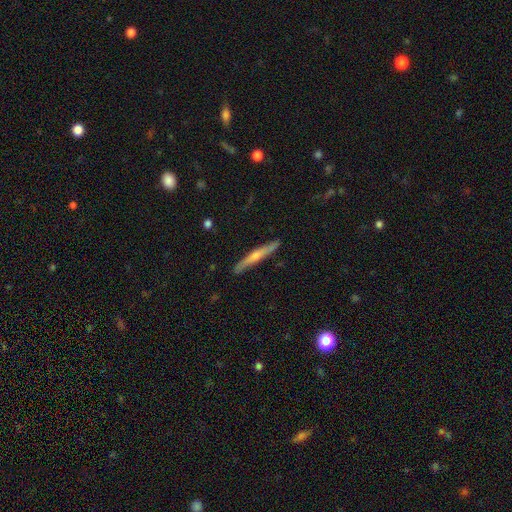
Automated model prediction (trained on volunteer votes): This is likely a featured or disk galaxy (61%). It is clearly viewed edge-on (96%). Edge-on bulge: likely rounded (71%). Merging: clearly none (89%).